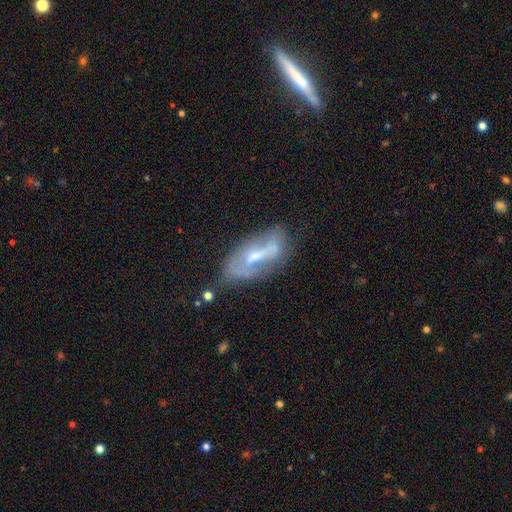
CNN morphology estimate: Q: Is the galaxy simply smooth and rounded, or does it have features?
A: featured or disk — 63%.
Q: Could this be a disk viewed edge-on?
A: no — 86%.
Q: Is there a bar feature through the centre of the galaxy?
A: weak — 42%.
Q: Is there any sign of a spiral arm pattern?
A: no — 50%, tied with yes.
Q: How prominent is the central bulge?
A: moderate — 50%.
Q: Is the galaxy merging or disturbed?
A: none — 49%.